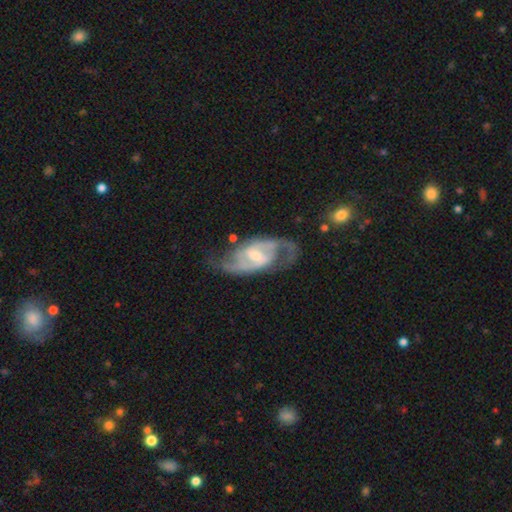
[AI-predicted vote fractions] Smooth or featured?
  - featured or disk: 90% *
  - smooth: 5%
  - star or artifact: 5%
Edge-on disk?
  - no: 96% *
  - yes: 4%
Bar?
  - weak: 52% *
  - strong: 26%
  - no: 22%
Spiral arms?
  - yes: 97% *
  - no: 3%
Spiral winding?
  - medium: 56% *
  - tight: 23%
  - loose: 21%
Spiral arm count?
  - 2: 89% *
  - can't tell: 4%
  - 3: 3%
  - 1: 1%
  - 4: 1%
  - more than 4: 1%
Bulge size?
  - small: 52% *
  - moderate: 41%
  - none: 3%
  - large: 3%
  - dominant: 1%
Merging?
  - none: 71% *
  - minor disturbance: 17%
  - major disturbance: 9%
  - merger: 2%